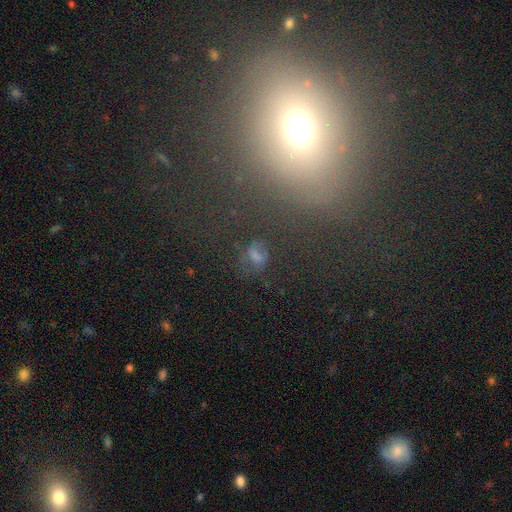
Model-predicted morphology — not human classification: A smooth galaxy with no disk features (45%).

Vote fractions:
- Smooth or featured? smooth: 45% / star or artifact: 32% / featured or disk: 23%
- Merging? none: 52% / minor disturbance: 22% / major disturbance: 20% / merger: 6%